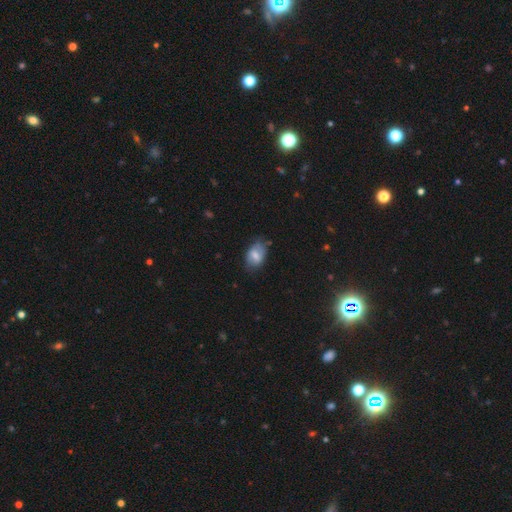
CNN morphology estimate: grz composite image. It shows a smooth galaxy with no disk features (63%) that is in between round and cigar-shaped (86%). Merging: none (64%).